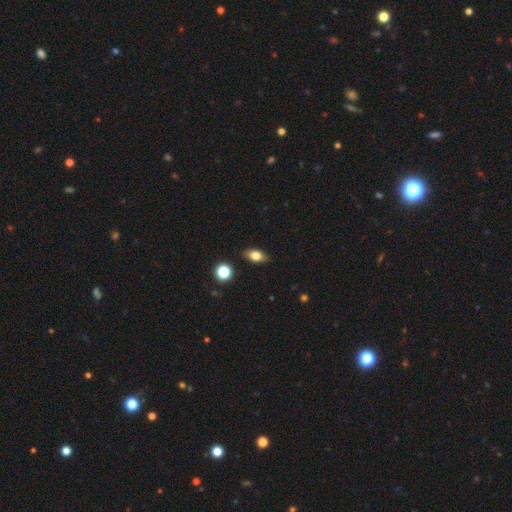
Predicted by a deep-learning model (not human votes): This is likely a smooth galaxy (78%). How rounded: clearly in between (85%). Merging: clearly none (87%).